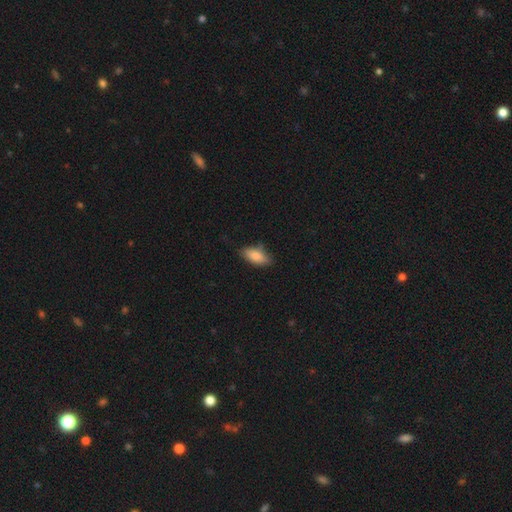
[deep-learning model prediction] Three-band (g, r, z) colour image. It shows a smooth galaxy with no disk features (82%) that is in between round and cigar-shaped (86%). Merging: none (72%).